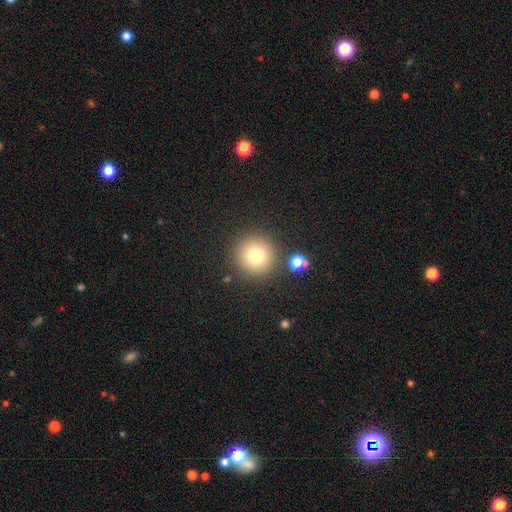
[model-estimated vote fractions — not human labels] This is likely a smooth galaxy (77%). How rounded: clearly round (96%). Merging: clearly none (86%).